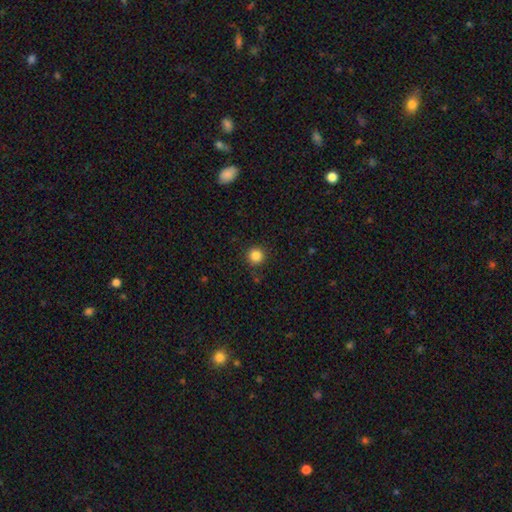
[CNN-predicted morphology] The model was most divided on "smooth or featured": smooth: 85%, star or artifact: 11%, featured or disk: 4%. More confident: how rounded — round (95%); merging — none (89%).